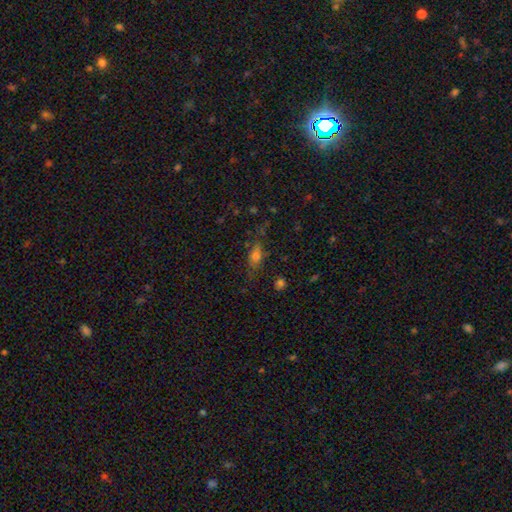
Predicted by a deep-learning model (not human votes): This is likely a smooth galaxy (63%). How rounded: likely in between (68%). Merging: likely none (67%).